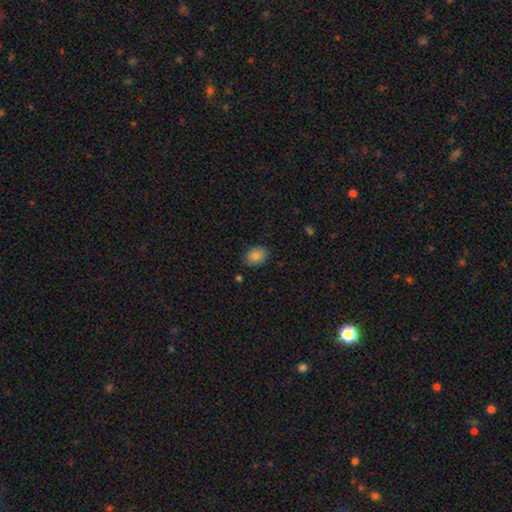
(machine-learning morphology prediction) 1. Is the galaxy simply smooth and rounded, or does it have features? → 83% smooth, 9% star or artifact, 8% featured or disk.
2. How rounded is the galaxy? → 73% in between, 26% round, 1% cigar-shaped.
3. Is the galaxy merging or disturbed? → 86% none, 10% minor disturbance, 2% major disturbance, 1% merger.